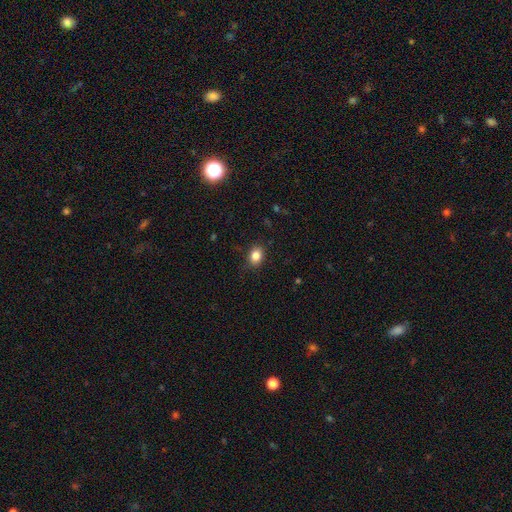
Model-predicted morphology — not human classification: Smooth or featured?
  - smooth: 84% *
  - star or artifact: 10%
  - featured or disk: 6%
How rounded?
  - in between: 60% *
  - round: 39%
  - cigar-shaped: 1%
Merging?
  - none: 84% *
  - minor disturbance: 12%
  - major disturbance: 3%
  - merger: 1%